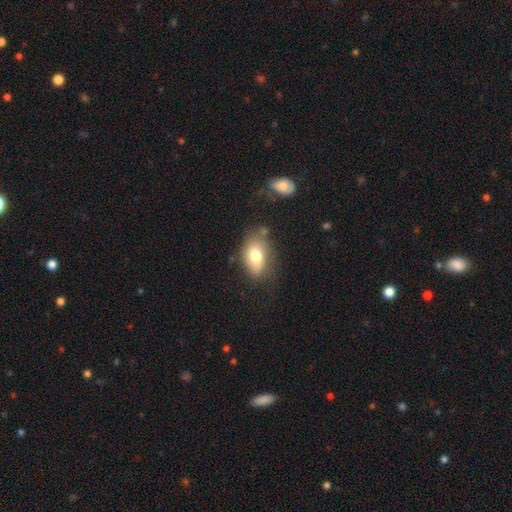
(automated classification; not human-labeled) Morphology: type=smooth (73%); roundness=in between (85%); merging=none (59%).